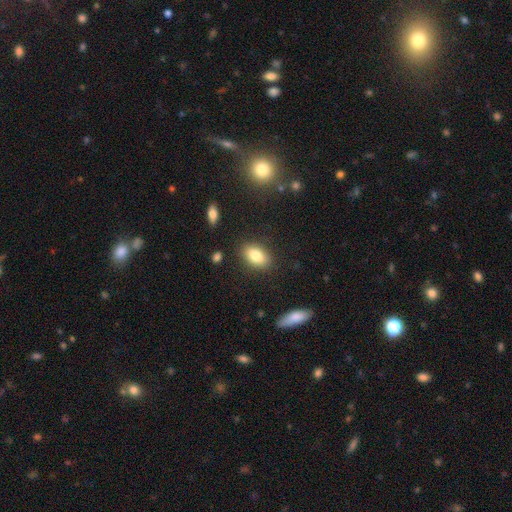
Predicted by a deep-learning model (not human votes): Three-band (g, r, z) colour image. It shows a smooth galaxy with no disk features (82%) that is in between round and cigar-shaped (87%). Merging: none (85%).